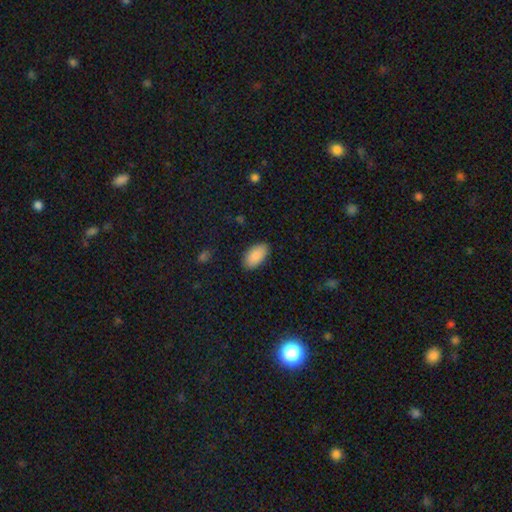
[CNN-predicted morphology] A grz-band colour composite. It shows a smooth galaxy with no disk features (89%) that is in between round and cigar-shaped (95%). Merging: none (85%).